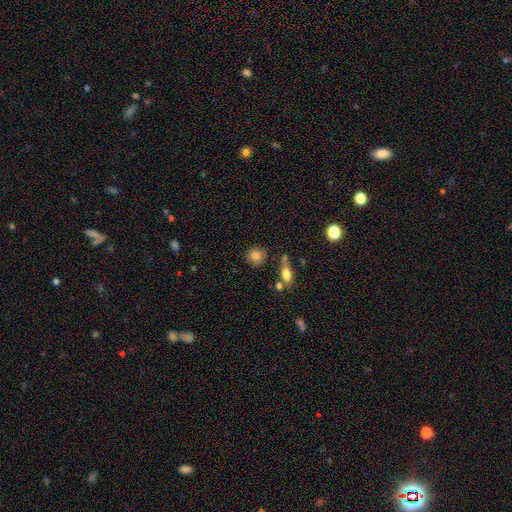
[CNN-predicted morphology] Overall: smooth (83%). How rounded: round (83%). Merging: none (77%).